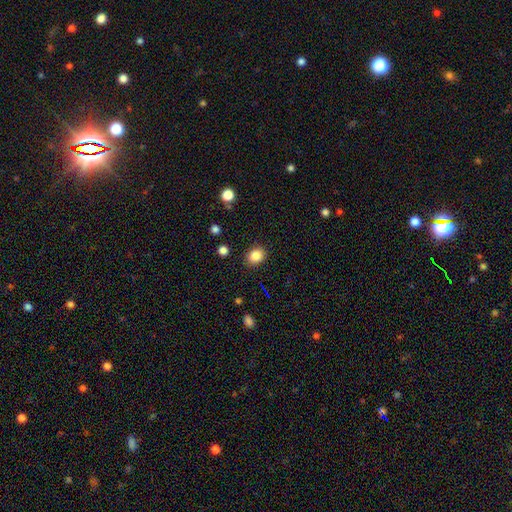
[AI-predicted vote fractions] A smooth galaxy with no disk features (85%) that is round (55%).

Vote fractions:
- Smooth or featured? smooth: 85% / star or artifact: 10% / featured or disk: 5%
- How rounded? round: 55% / in between: 44% / cigar-shaped: 1%
- Merging? none: 87% / minor disturbance: 9% / major disturbance: 3% / merger: 1%